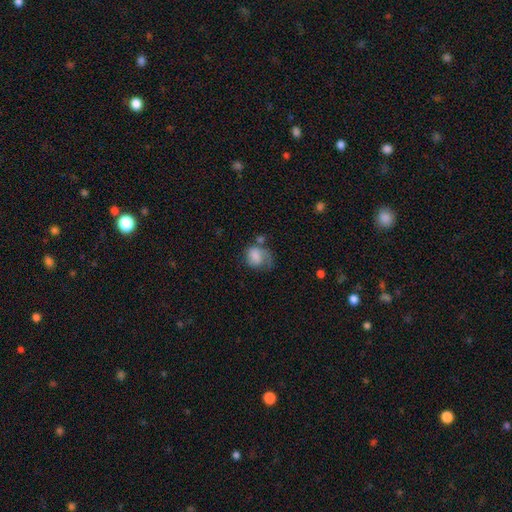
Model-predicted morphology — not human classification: This is likely a smooth galaxy (62%). How rounded: possibly in between (55%). Merging: marginally major disturbance (34%).